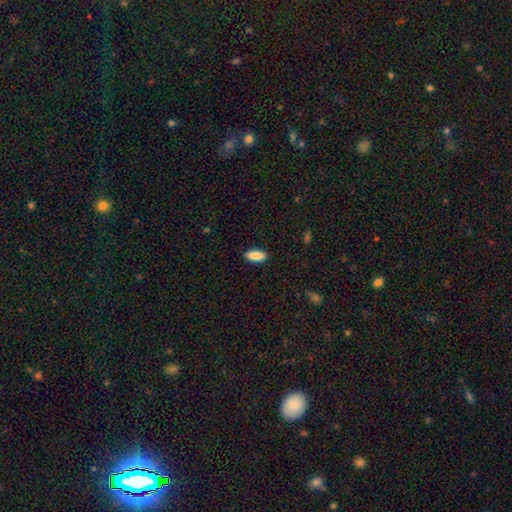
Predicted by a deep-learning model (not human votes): A smooth galaxy with no disk features (89%) that is in between round and cigar-shaped (88%).

Vote fractions:
- Smooth or featured? smooth: 89% / star or artifact: 7% / featured or disk: 5%
- How rounded? in between: 88% / cigar-shaped: 10% / round: 2%
- Merging? none: 89% / minor disturbance: 9% / major disturbance: 2% / merger: 1%